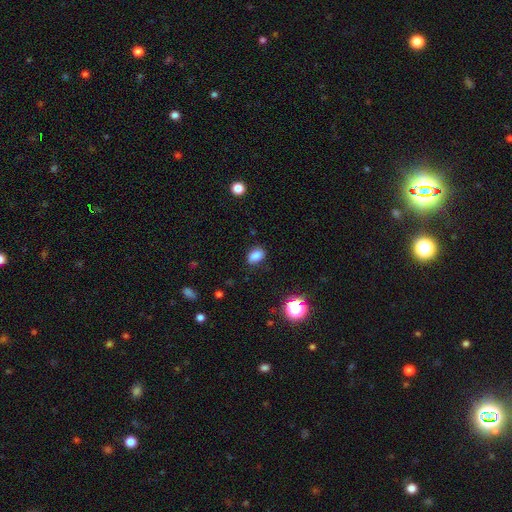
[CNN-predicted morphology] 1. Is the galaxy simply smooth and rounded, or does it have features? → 83% smooth, 12% star or artifact, 5% featured or disk.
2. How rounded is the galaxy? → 81% in between, 18% round, 2% cigar-shaped.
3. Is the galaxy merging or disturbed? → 83% none, 13% minor disturbance, 3% major disturbance, 1% merger.